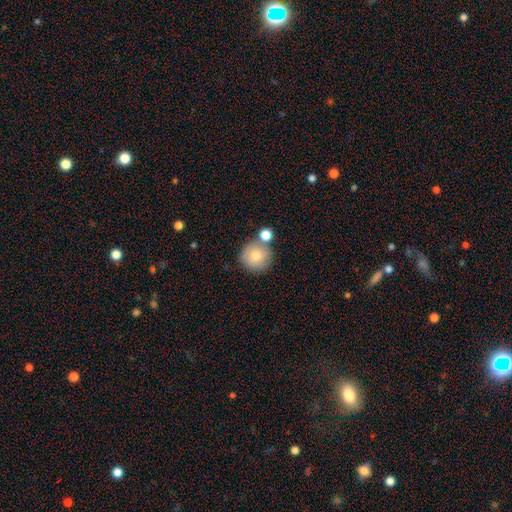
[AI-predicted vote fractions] This appears to be a smooth galaxy with no disk features (79%) that is round (94%). Merging: none (66%).